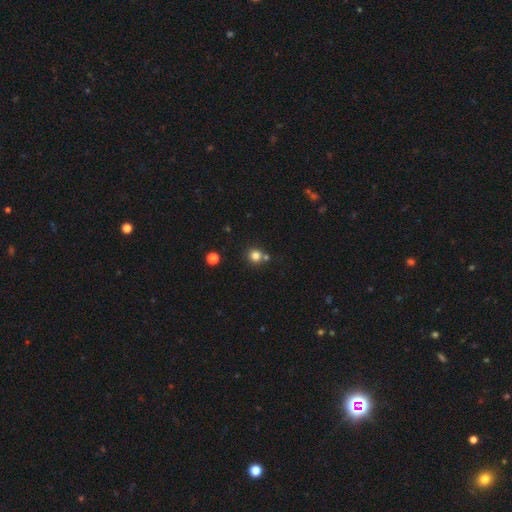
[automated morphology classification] This appears to be a smooth galaxy with no disk features (80%) that is round (91%). Merging: none (71%).